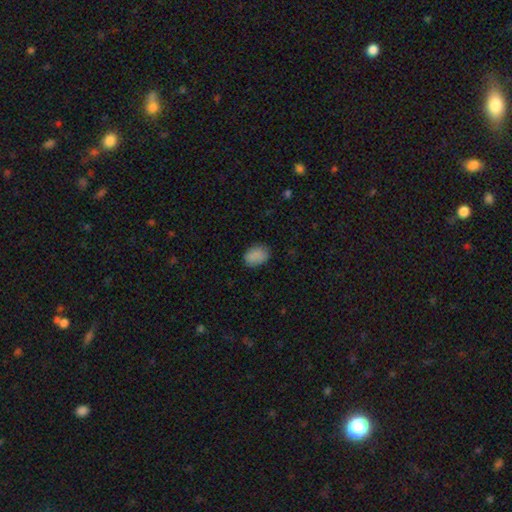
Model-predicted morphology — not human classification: A smooth galaxy with no disk features (88%) that is in between round and cigar-shaped (79%). Merging: none (81%).